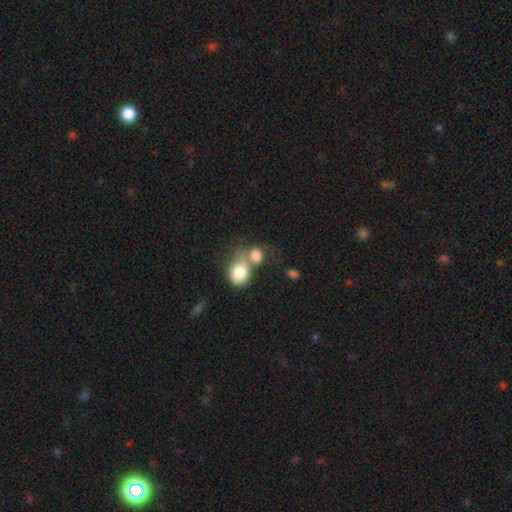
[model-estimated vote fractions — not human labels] smooth_or_featured: smooth (p=0.78) [alt: featured or disk p=0.13]
how_rounded: round (p=0.53) [alt: in between p=0.46]
merging: merger (p=0.61) [alt: none p=0.21]